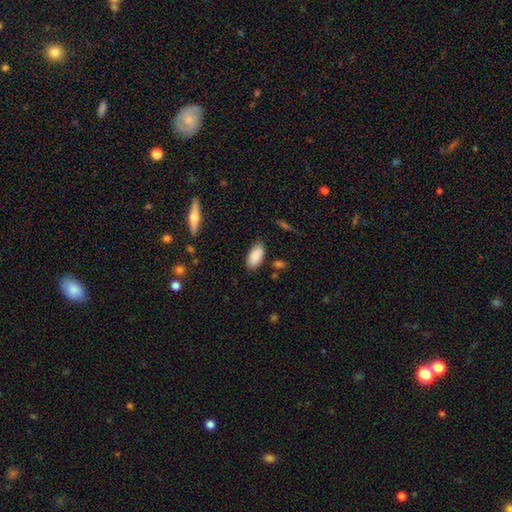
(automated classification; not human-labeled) Morphology: type=smooth (88%); roundness=in between (93%); merging=none (84%).